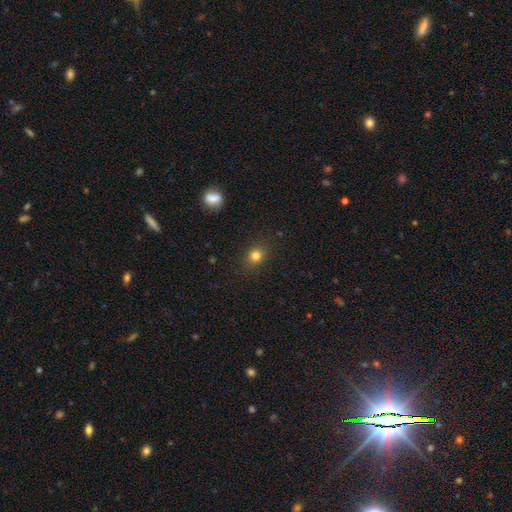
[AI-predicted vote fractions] Morphology: type=smooth (81%); roundness=round (69%); merging=none (85%).